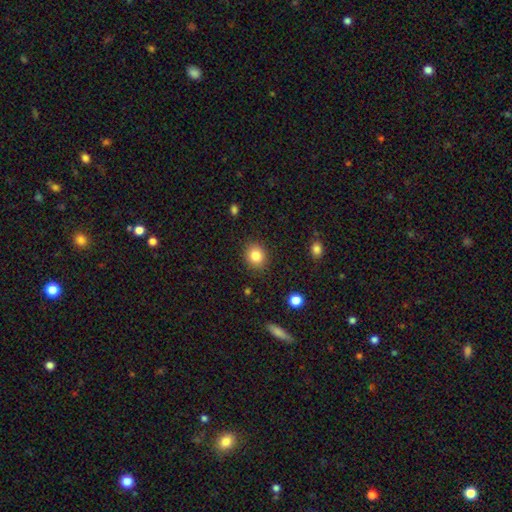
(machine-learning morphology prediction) This is clearly a smooth galaxy (83%). How rounded: likely round (72%). Merging: clearly none (89%).